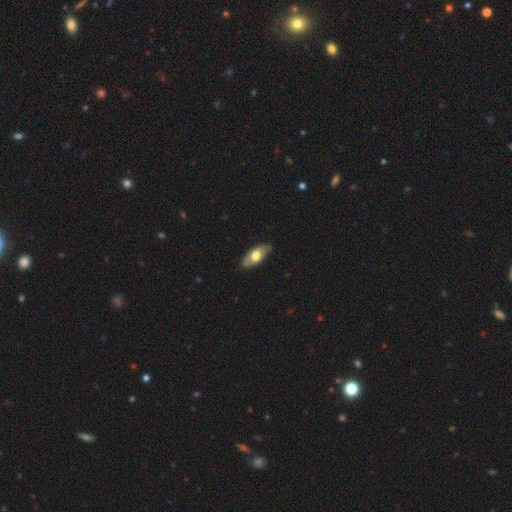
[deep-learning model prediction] Q: Smooth or featured?
A: smooth (56%); runner-up: featured or disk (39%)
Q: How rounded?
A: in between (86%); runner-up: cigar-shaped (11%)
Q: Merging?
A: none (81%); runner-up: minor disturbance (15%)